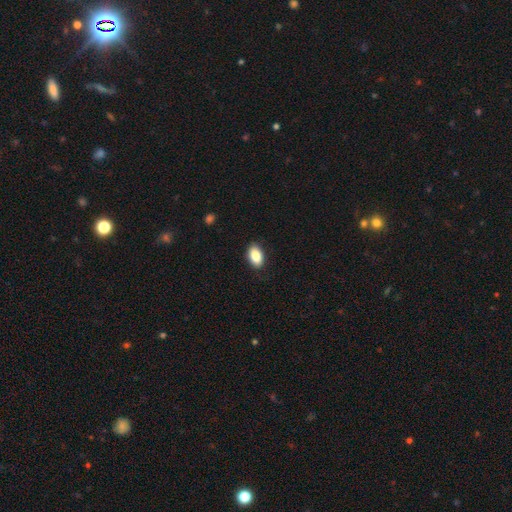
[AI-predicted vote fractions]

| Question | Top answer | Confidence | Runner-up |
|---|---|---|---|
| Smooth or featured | smooth | 86% | star or artifact (7%) |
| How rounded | in between | 91% | round (7%) |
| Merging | none | 87% | minor disturbance (10%) |